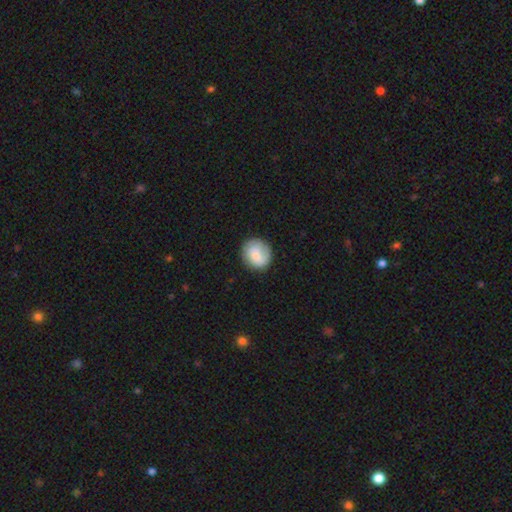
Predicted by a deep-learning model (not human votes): This appears to be a smooth galaxy with no disk features (71%) that is round (84%). Merging: none (80%).